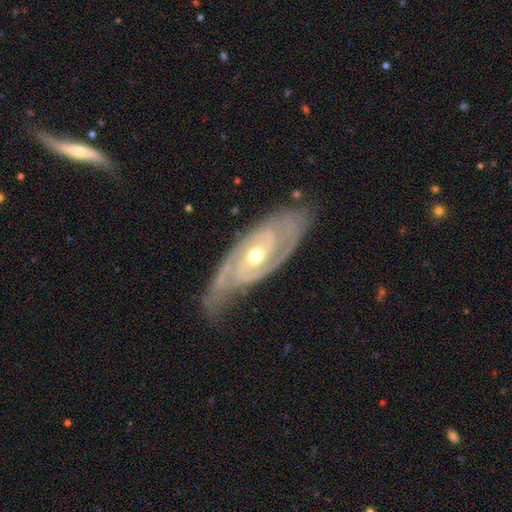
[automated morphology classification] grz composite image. It shows a featured or disk galaxy (91%) with no bar (60%), 2 (79%) tight (61%) spiral arms (97%) and a moderate central bulge (63%). Merging: none (72%).